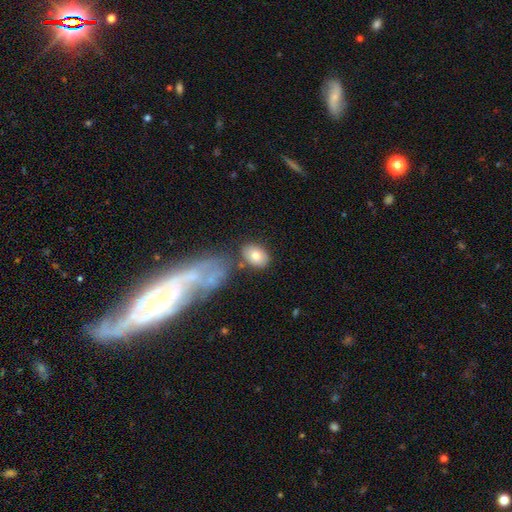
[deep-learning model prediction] Q: Smooth or featured?
A: smooth (77%); runner-up: featured or disk (16%)
Q: How rounded?
A: in between (82%); runner-up: round (17%)
Q: Merging?
A: none (70%); runner-up: minor disturbance (14%)